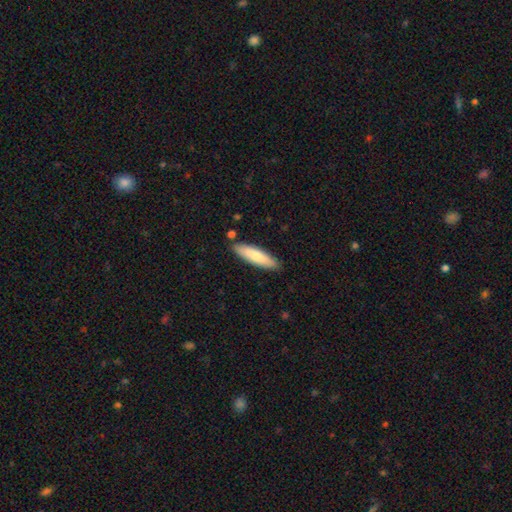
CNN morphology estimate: smooth 77%, featured or disk 18%, star or artifact 5%. Down the decision tree: how rounded — cigar-shaped (69%); merging — none (86%).